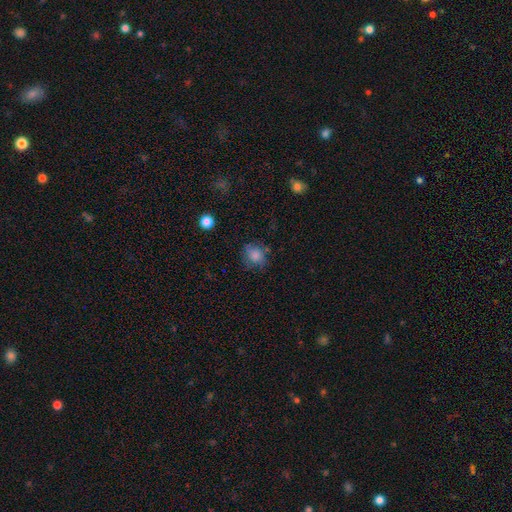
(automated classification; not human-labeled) Smooth or featured: smooth — 79% (star or artifact — 11%)
How rounded: round — 72% (in between — 27%)
Merging: none — 67% (minor disturbance — 22%)